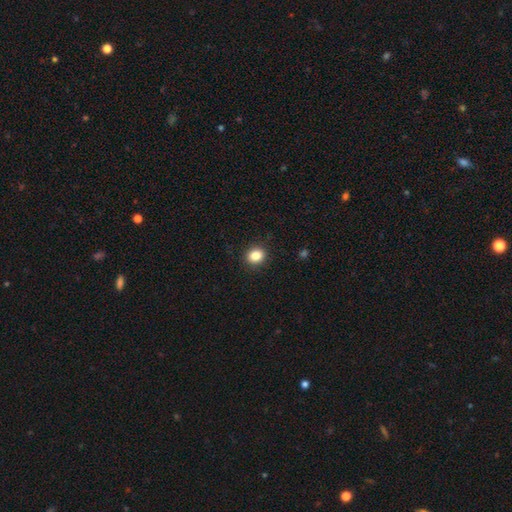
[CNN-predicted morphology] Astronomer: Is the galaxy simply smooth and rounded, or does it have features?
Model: smooth — 85%.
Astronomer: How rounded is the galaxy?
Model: round — 64%.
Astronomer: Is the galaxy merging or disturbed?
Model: none — 90%.